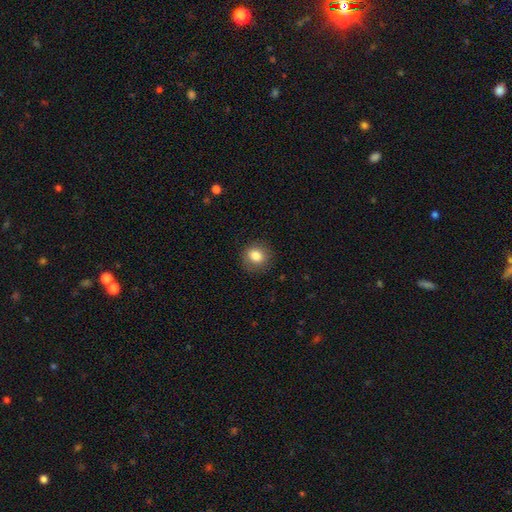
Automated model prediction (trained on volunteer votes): A smooth galaxy with no disk features (83%) that is round (81%). Merging: none (88%).